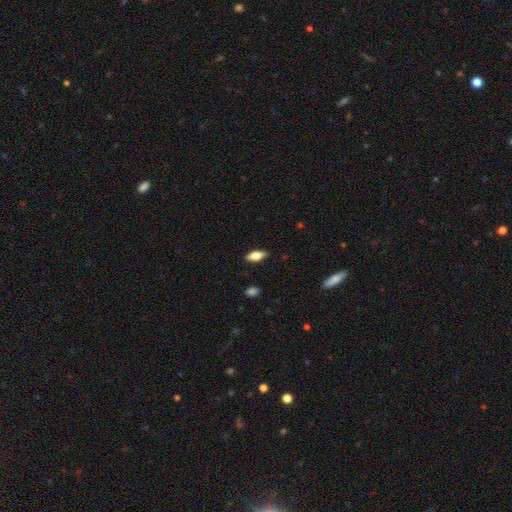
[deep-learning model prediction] Q: Smooth or featured?
A: smooth (73%); runner-up: featured or disk (20%)
Q: How rounded?
A: in between (80%); runner-up: cigar-shaped (17%)
Q: Merging?
A: none (87%); runner-up: minor disturbance (10%)